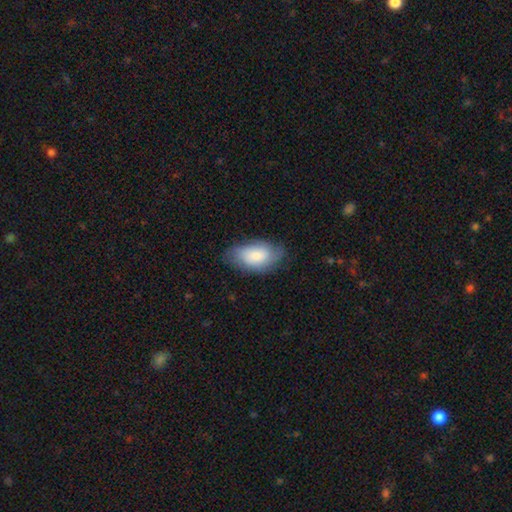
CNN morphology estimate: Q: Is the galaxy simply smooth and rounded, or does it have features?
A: smooth — 73%.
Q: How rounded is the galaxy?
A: in between — 94%.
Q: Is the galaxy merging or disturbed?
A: none — 71%.